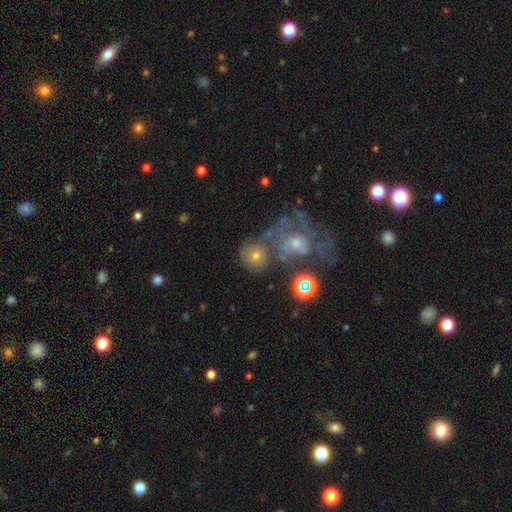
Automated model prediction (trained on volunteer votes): This is possibly a smooth galaxy (56%). How rounded: clearly round (85%). Merging: possibly none (56%).